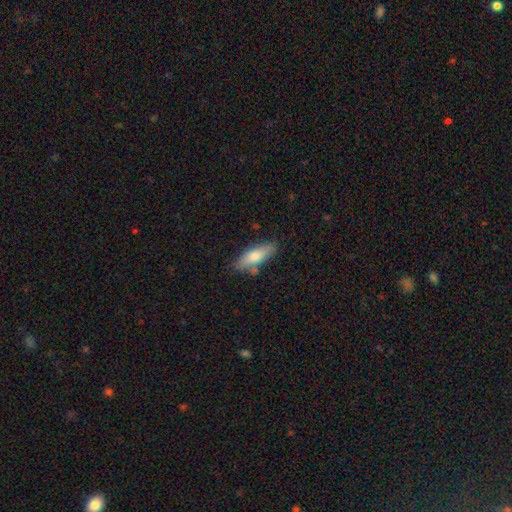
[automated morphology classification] Smooth or featured: smooth — 76% (featured or disk — 18%)
How rounded: in between — 61% (cigar-shaped — 36%)
Merging: none — 71% (minor disturbance — 18%)